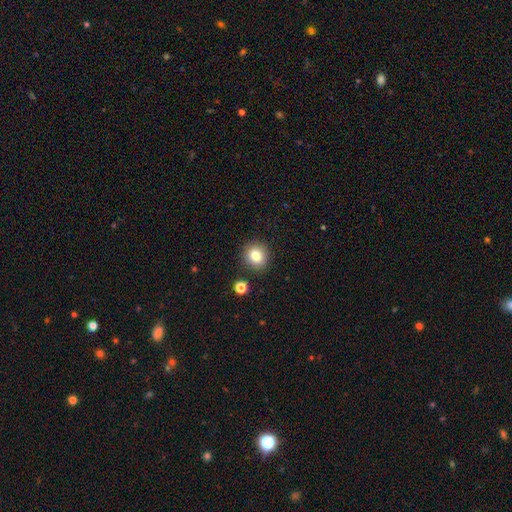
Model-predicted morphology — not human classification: Smooth or featured: smooth — 83% (star or artifact — 10%)
How rounded: round — 78% (in between — 21%)
Merging: none — 86% (minor disturbance — 9%)